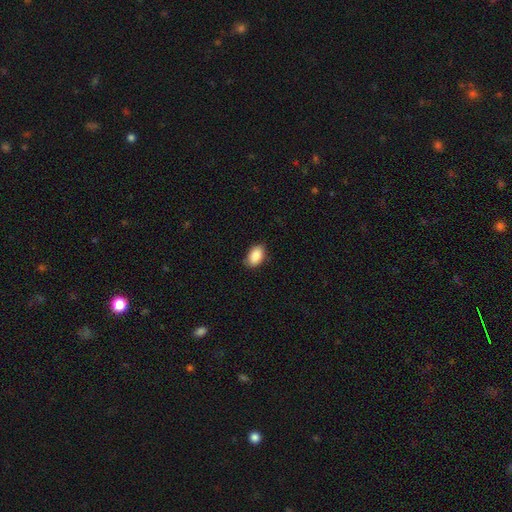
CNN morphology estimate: Smooth or featured? smooth (89%)
How rounded? in between (91%)
Merging? none (82%)